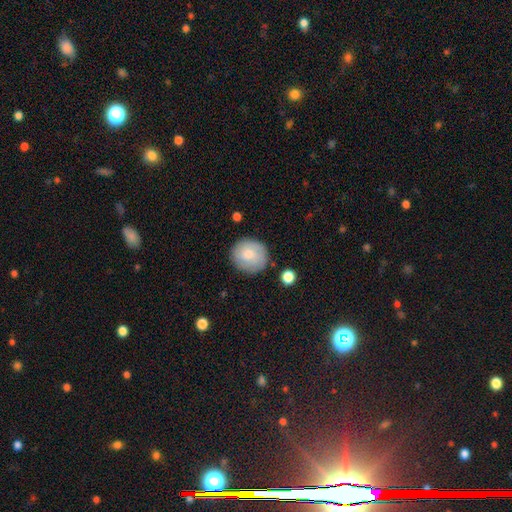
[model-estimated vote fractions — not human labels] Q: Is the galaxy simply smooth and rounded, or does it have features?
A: smooth — 73%.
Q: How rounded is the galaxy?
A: round — 88%.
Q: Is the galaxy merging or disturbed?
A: none — 82%.